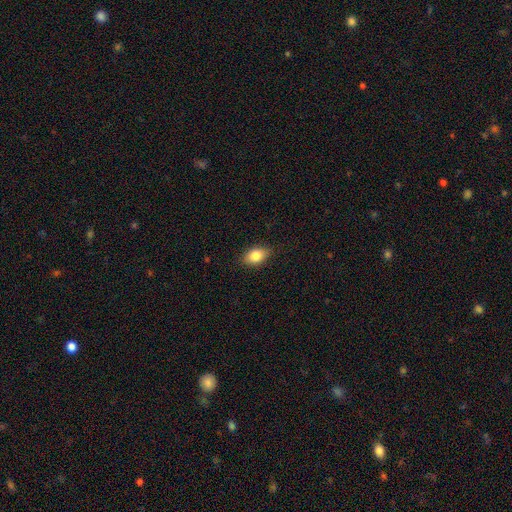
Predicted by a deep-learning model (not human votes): Smooth or featured? smooth (83%)
How rounded? in between (82%)
Merging? none (83%)